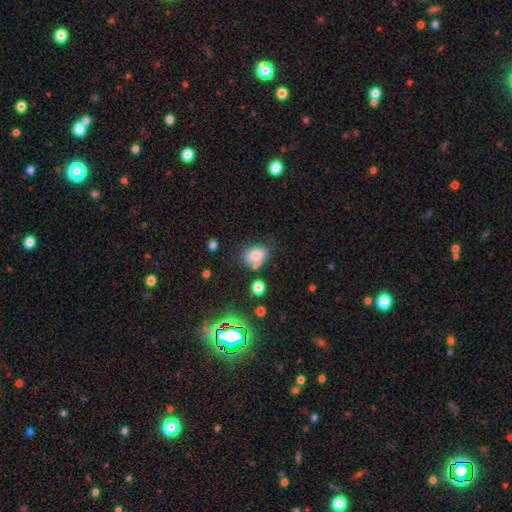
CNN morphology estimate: smooth_or_featured: smooth (p=0.73) [alt: featured or disk p=0.14]
how_rounded: in between (p=0.76) [alt: round p=0.23]
merging: none (p=0.43) [alt: minor disturbance p=0.24]